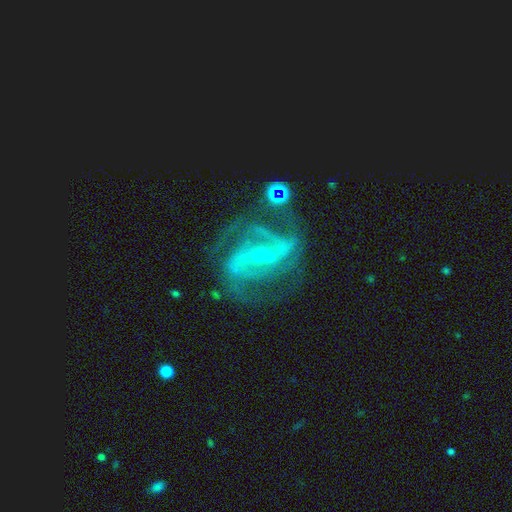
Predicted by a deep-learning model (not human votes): Morphology: type=featured or disk (85%); edge-on=no (97%); bar=strong (52%); spiral arms=yes (95%); winding=medium (49%); arm count=2 (57%); bulge=small (79%); merging=none (56%).